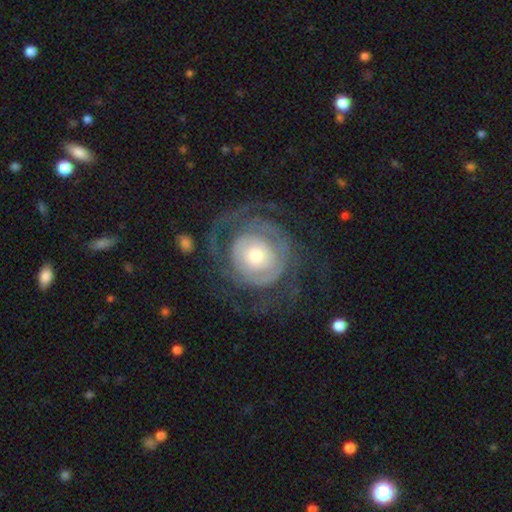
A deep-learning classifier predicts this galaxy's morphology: Q: Smooth or featured?
A: featured or disk (73%); runner-up: smooth (21%)
Q: Edge-on disk?
A: no (97%); runner-up: yes (3%)
Q: Bar?
A: no (80%); runner-up: weak (15%)
Q: Spiral arms?
A: yes (76%); runner-up: no (24%)
Q: Spiral winding?
A: tight (63%); runner-up: medium (23%)
Q: Spiral arm count?
A: can't tell (41%); runner-up: 2 (26%)
Q: Bulge size?
A: moderate (47%); runner-up: small (35%)
Q: Merging?
A: none (57%); runner-up: major disturbance (26%)